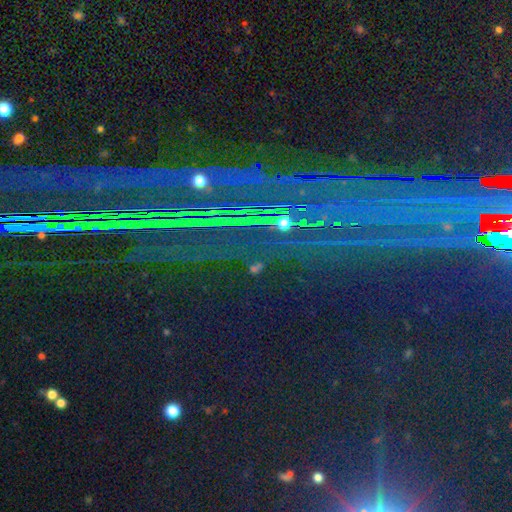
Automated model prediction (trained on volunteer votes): Overall: star or artifact (87%).